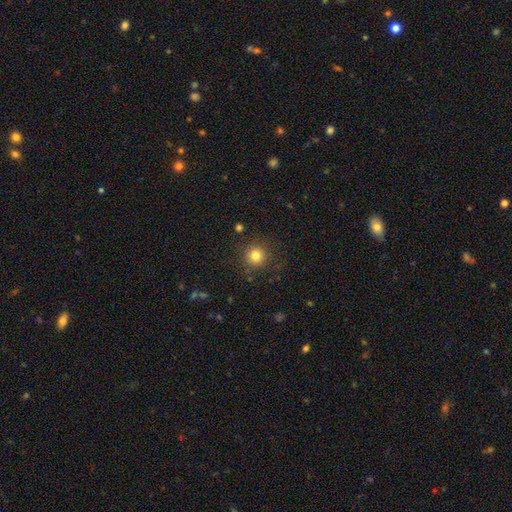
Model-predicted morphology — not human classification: smooth 81%, star or artifact 13%, featured or disk 6%. Down the decision tree: how rounded — round (94%); merging — none (87%).